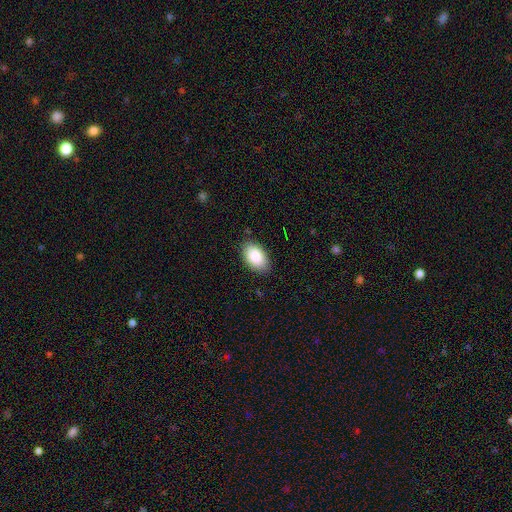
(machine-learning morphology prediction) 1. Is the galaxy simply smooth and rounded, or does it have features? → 88% smooth, 7% star or artifact, 5% featured or disk.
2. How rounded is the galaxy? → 93% in between, 6% round, 1% cigar-shaped.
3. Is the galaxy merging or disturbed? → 84% none, 12% minor disturbance, 2% major disturbance, 1% merger.